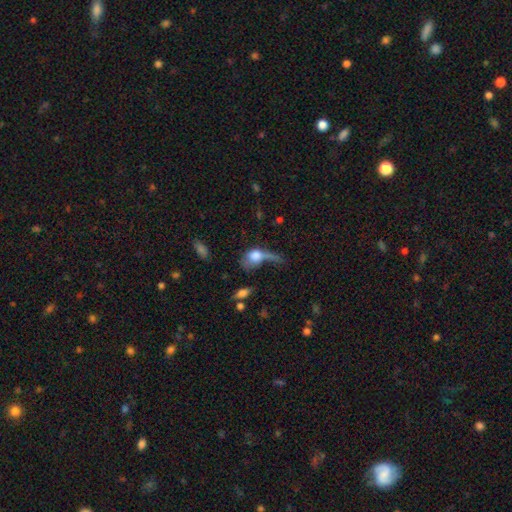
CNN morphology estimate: smooth-or-featured: smooth: 65% | featured or disk: 24% | star or artifact: 11%
  how-rounded: in between: 58% | round: 36% | cigar-shaped: 6%
  merging: major disturbance: 49% | merger: 18% | none: 18% | minor disturbance: 15%